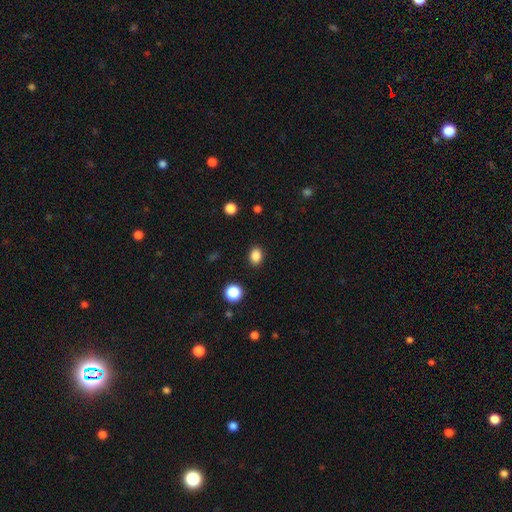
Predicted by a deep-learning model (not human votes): This appears to be a smooth galaxy with no disk features (86%) that is in between round and cigar-shaped (64%). Merging: none (88%).